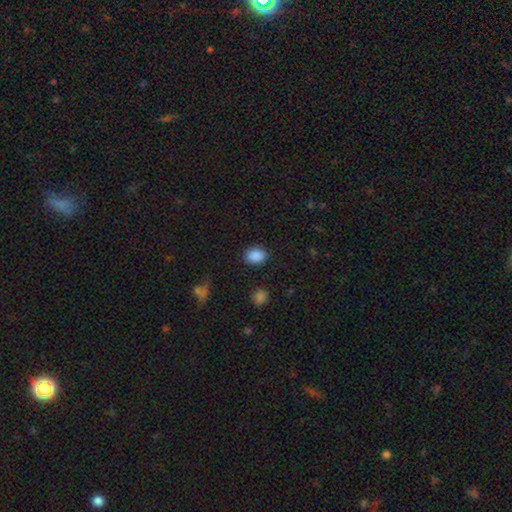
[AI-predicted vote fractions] A smooth galaxy with no disk features (88%) that is in between round and cigar-shaped (65%). Merging: none (86%).